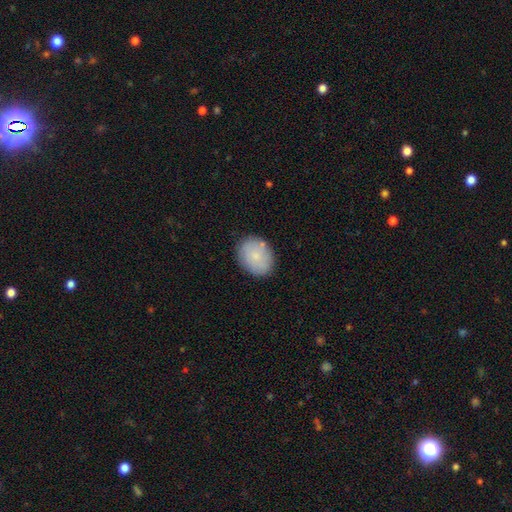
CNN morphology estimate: The model was most divided on "how rounded": in between: 54%, round: 45%, cigar-shaped: 1%. More confident: merging — none (83%); smooth or featured — smooth (80%).